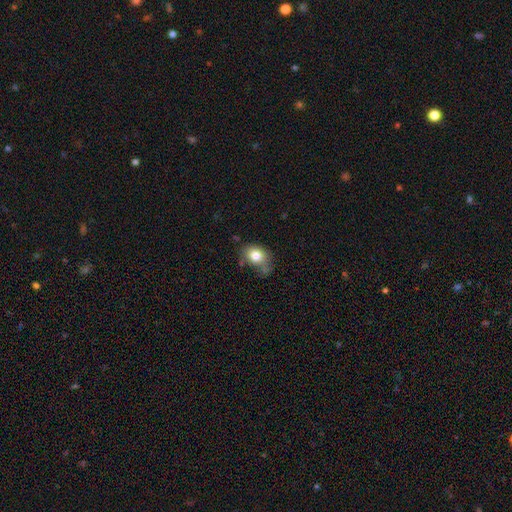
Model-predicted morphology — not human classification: The model was most divided on "merging": none: 53%, minor disturbance: 30%, major disturbance: 10%, merger: 7%. More confident: smooth or featured — smooth (80%); how rounded — in between (61%).